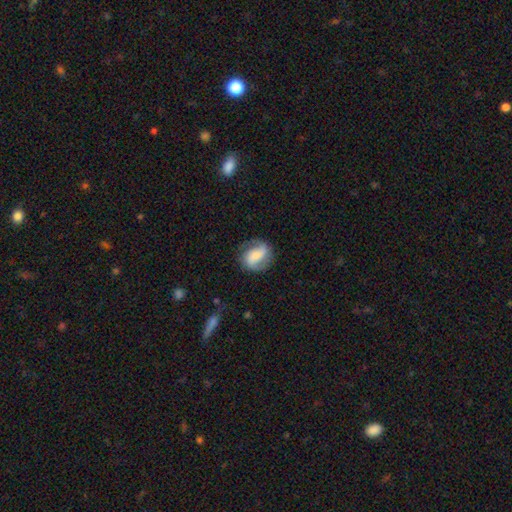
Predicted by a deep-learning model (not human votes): Smooth or featured? featured or disk (68%)
Edge-on disk? no (97%)
Bar? weak (38%)
Spiral arms? yes (92%)
Spiral winding? medium (44%)
Spiral arm count? 2 (86%)
Bulge size? small (43%)
Merging? none (75%)